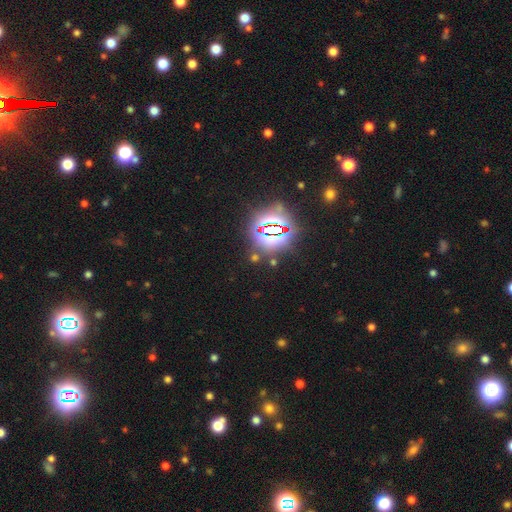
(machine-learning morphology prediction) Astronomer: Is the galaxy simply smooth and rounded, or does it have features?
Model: star or artifact — 81%.